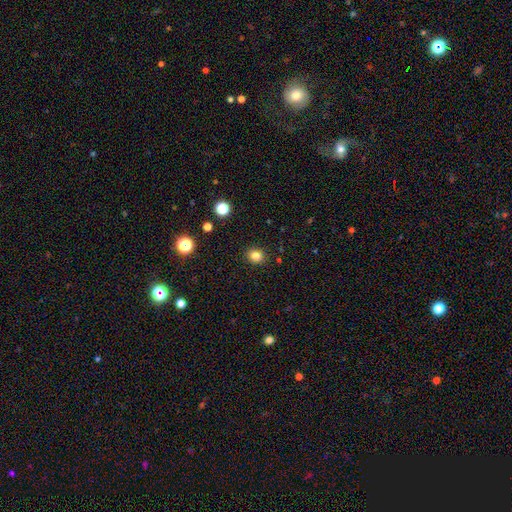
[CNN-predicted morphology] This is clearly a smooth galaxy (82%). How rounded: likely round (75%). Merging: clearly none (90%).